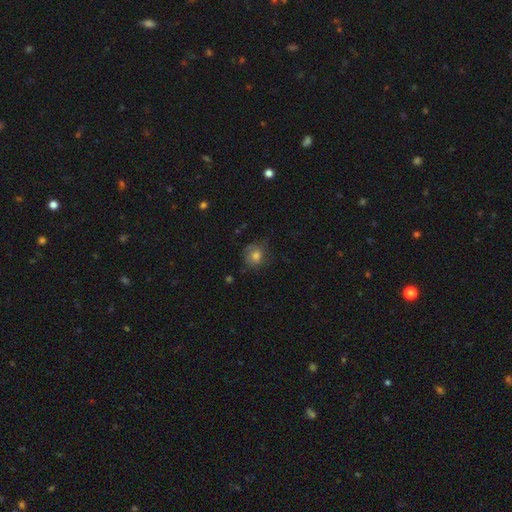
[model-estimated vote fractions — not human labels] The model was most divided on "merging": none: 60%, minor disturbance: 25%, major disturbance: 13%, merger: 2%. More confident: how rounded — round (70%); smooth or featured — smooth (69%).